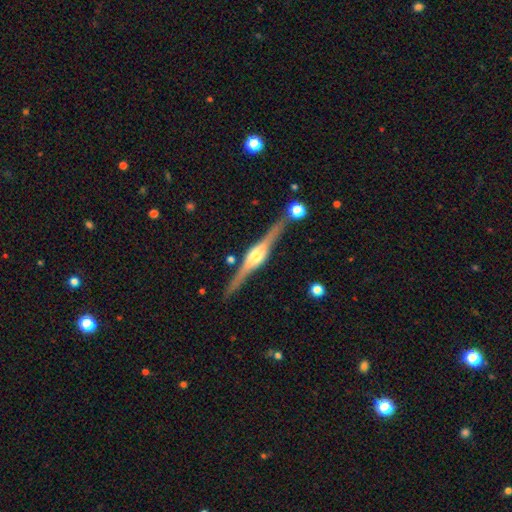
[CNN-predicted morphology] Smooth or featured? Predicted: featured or disk (p=0.87). Edge-on disk? Predicted: yes (p=0.98). Edge-on bulge? Predicted: rounded (p=0.89). Merging? Predicted: none (p=0.84).